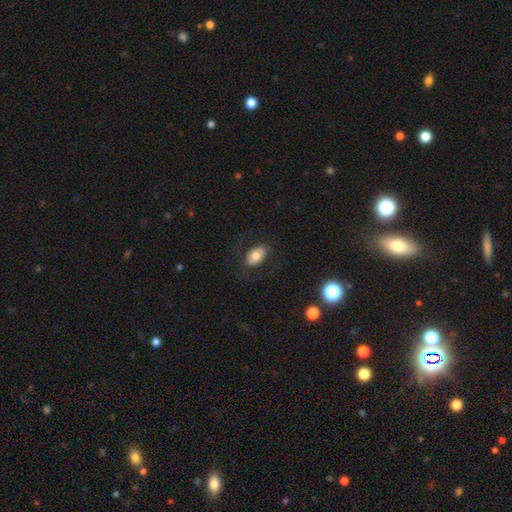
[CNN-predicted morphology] This is likely a smooth galaxy (73%). How rounded: clearly in between (90%). Merging: likely none (78%).